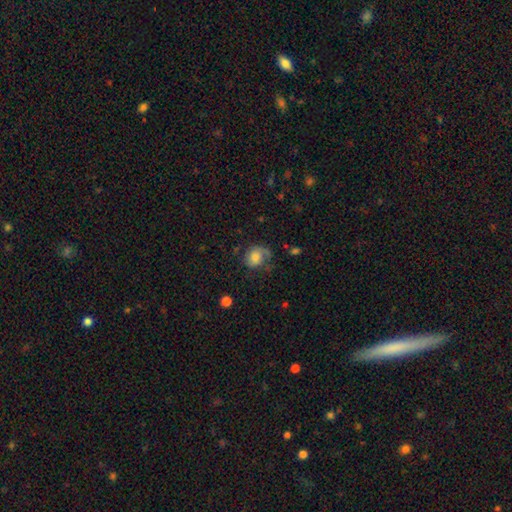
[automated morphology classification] Q: Smooth or featured?
A: smooth (51%); runner-up: featured or disk (39%)
Q: How rounded?
A: round (57%); runner-up: in between (42%)
Q: Merging?
A: none (48%); runner-up: minor disturbance (25%)